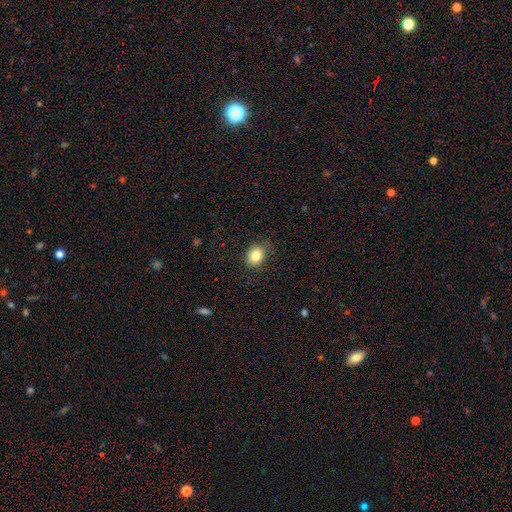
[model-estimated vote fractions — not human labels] This is clearly a smooth galaxy (83%). How rounded: possibly round (59%). Merging: likely none (77%).